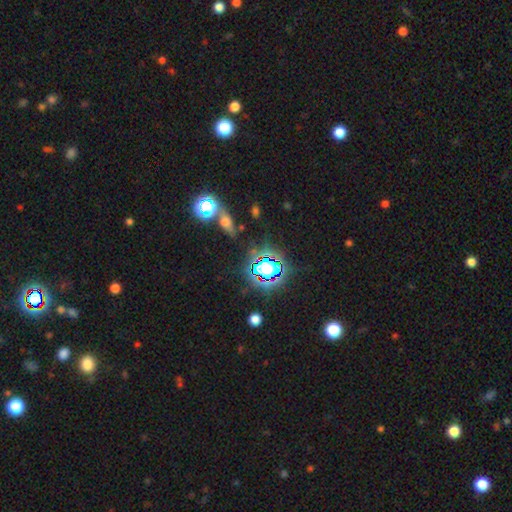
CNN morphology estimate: A star or artifact, not a galaxy (78%).

Vote fractions:
- Smooth or featured? star or artifact: 78% / smooth: 14% / featured or disk: 8%